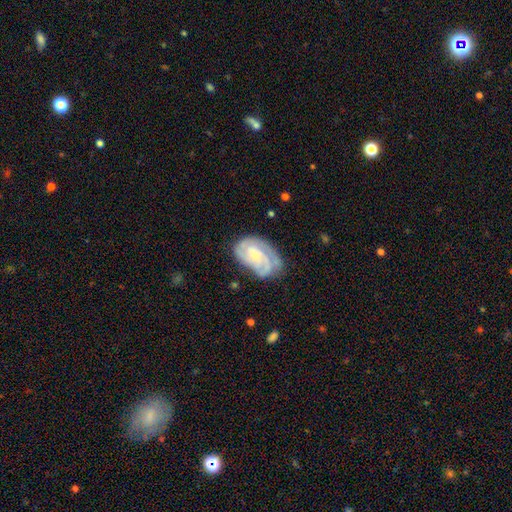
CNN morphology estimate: Smooth or featured? featured or disk (82%)
Edge-on disk? no (97%)
Bar? no (63%)
Spiral arms? yes (95%)
Spiral winding? tight (63%)
Spiral arm count? 2 (32%)
Bulge size? small (69%)
Merging? none (64%)